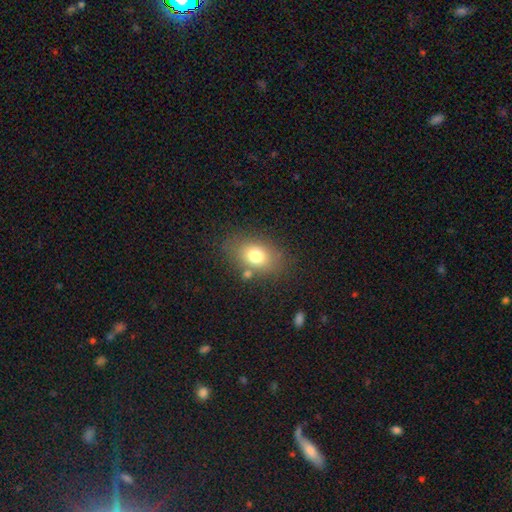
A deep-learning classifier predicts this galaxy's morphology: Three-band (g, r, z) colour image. It shows a smooth galaxy with no disk features (75%) that is in between round and cigar-shaped (75%). Merging: none (74%).